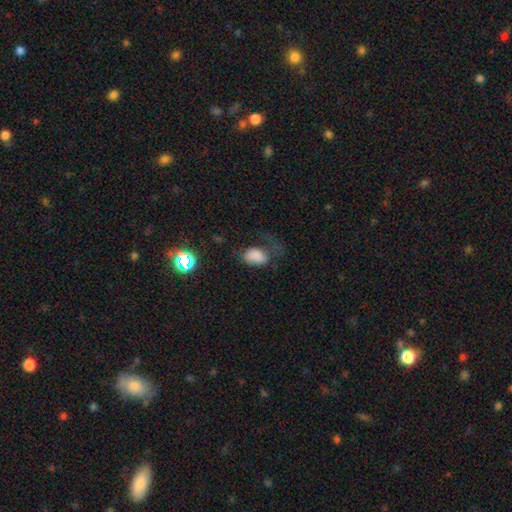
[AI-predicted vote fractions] This is likely a smooth galaxy (76%). How rounded: clearly in between (87%). Merging: marginally major disturbance (41%).